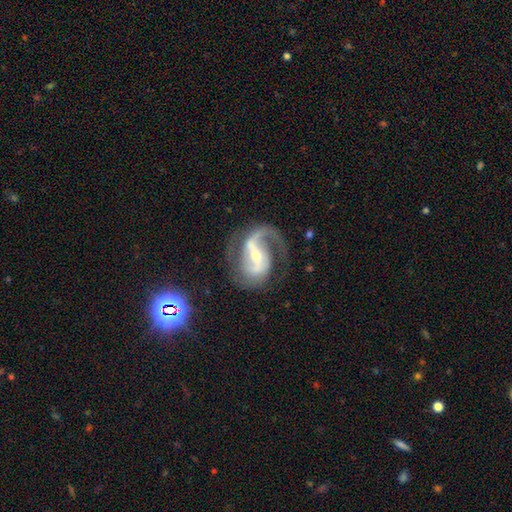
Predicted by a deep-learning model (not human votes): A featured or disk galaxy (90%) with a strong bar (50%), 2 (72%) medium (51%) spiral arms (97%) and a small central bulge (53%). Merging: none (62%).